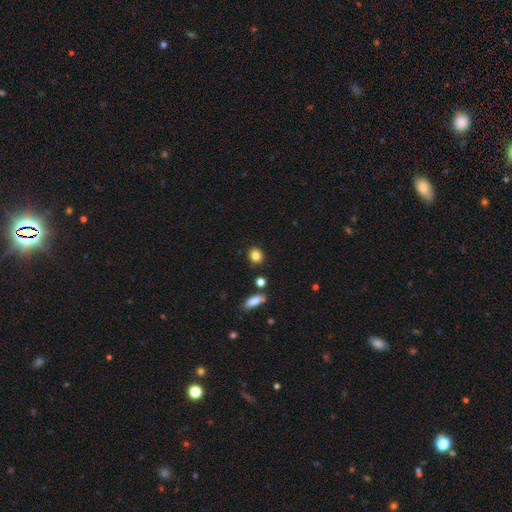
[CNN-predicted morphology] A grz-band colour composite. It shows a smooth galaxy with no disk features (84%) that is round (76%). Merging: none (87%).